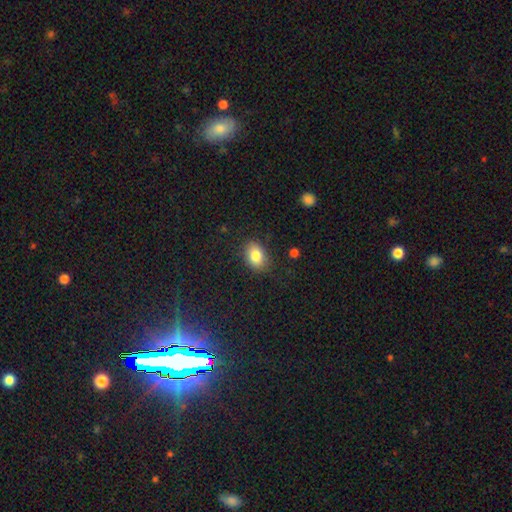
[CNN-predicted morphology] A smooth galaxy with no disk features (83%) that is in between round and cigar-shaped (76%). Merging: none (83%).